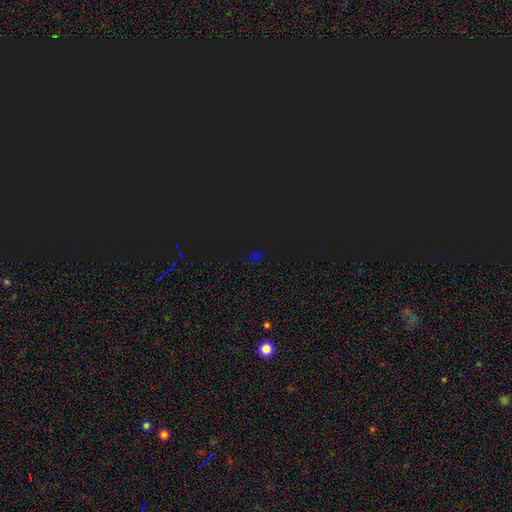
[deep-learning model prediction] Smooth or featured? star or artifact (68%)